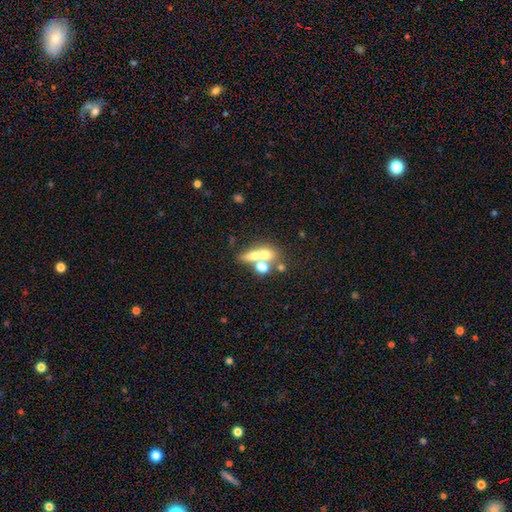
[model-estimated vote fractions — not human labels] Smooth or featured?
  - smooth: 54% *
  - featured or disk: 31%
  - star or artifact: 14%
How rounded?
  - in between: 51% *
  - round: 38%
  - cigar-shaped: 11%
Merging?
  - merger: 54% *
  - none: 31%
  - minor disturbance: 8%
  - major disturbance: 6%